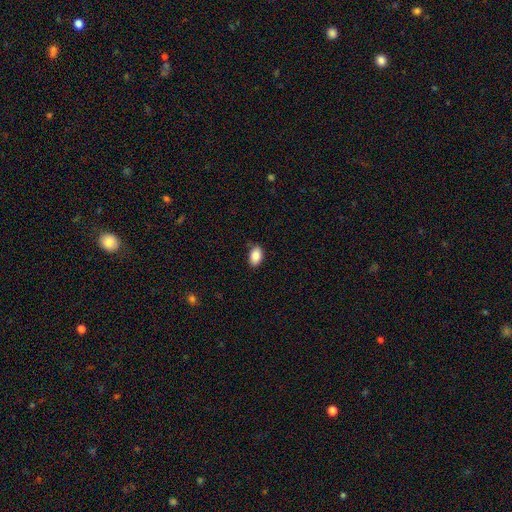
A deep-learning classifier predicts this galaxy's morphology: smooth 88%, star or artifact 7%, featured or disk 5%. Down the decision tree: how rounded — in between (91%); merging — none (84%).